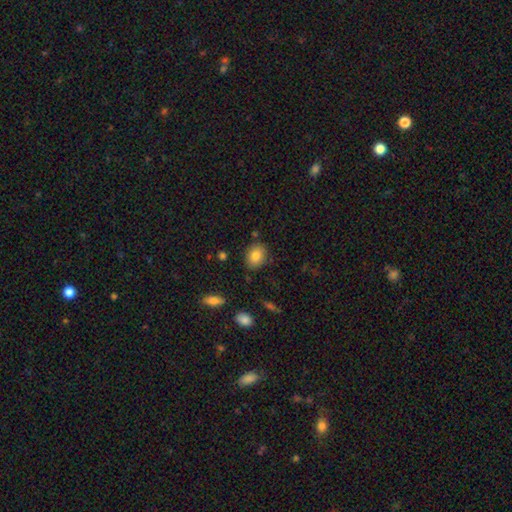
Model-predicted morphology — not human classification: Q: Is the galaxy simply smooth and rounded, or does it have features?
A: smooth — 82%.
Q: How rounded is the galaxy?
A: in between — 56%.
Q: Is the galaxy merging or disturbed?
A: none — 82%.